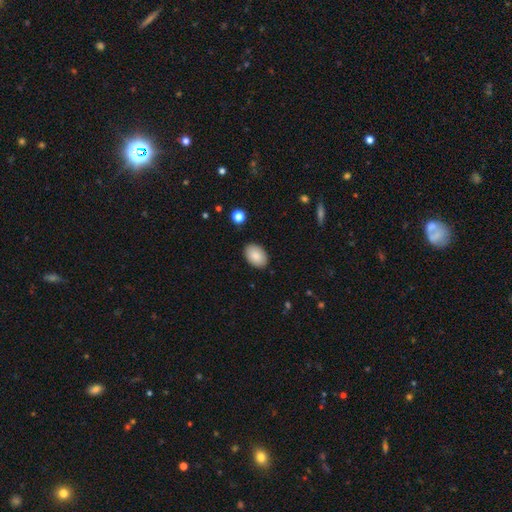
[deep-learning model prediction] This is clearly a smooth galaxy (88%). How rounded: clearly in between (89%). Merging: clearly none (88%).